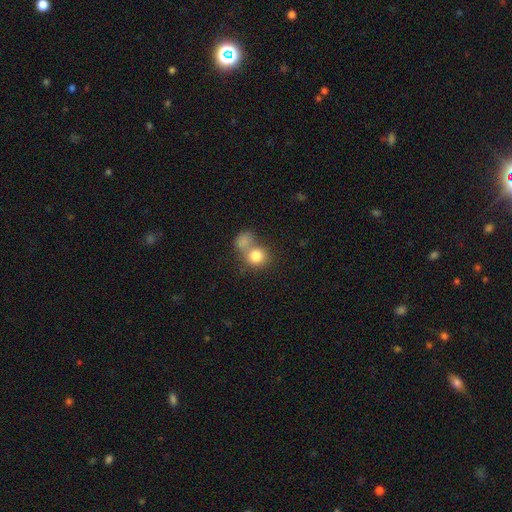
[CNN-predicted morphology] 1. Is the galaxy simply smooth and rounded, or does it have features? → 80% smooth, 10% star or artifact, 10% featured or disk.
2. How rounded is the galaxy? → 81% round, 18% in between, 1% cigar-shaped.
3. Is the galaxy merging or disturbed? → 47% merger, 39% none, 9% minor disturbance, 6% major disturbance.